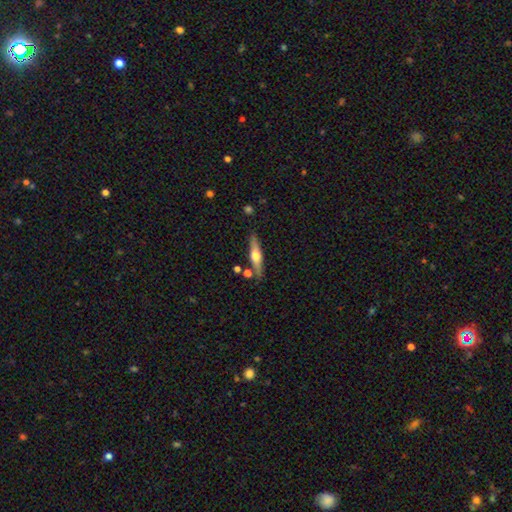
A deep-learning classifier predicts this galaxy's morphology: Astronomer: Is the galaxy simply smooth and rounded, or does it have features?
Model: featured or disk — 61%.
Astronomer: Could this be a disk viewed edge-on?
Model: yes — 95%.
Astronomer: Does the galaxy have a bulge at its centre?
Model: rounded — 94%.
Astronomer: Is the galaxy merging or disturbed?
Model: none — 82%.